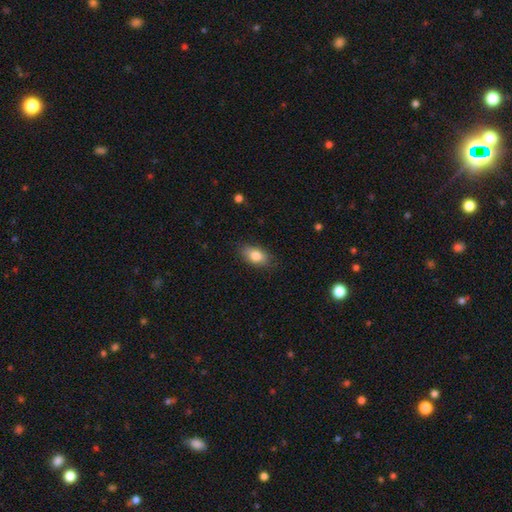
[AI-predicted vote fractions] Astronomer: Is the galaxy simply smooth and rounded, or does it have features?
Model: smooth — 81%.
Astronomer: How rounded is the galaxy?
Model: in between — 87%.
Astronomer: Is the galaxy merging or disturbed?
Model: none — 84%.